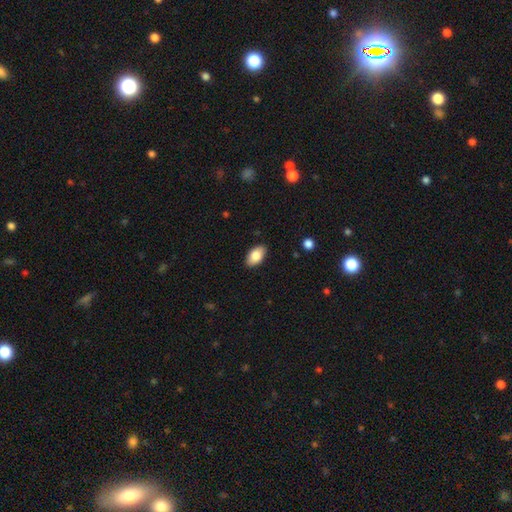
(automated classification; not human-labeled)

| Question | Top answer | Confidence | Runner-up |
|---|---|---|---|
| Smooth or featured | smooth | 83% | featured or disk (10%) |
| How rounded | in between | 94% | round (4%) |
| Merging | none | 88% | minor disturbance (9%) |